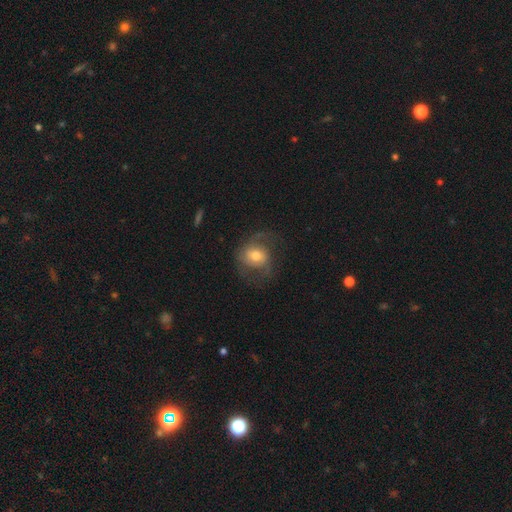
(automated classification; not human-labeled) This appears to be a featured or disk galaxy (50%). Merging: none (52%).